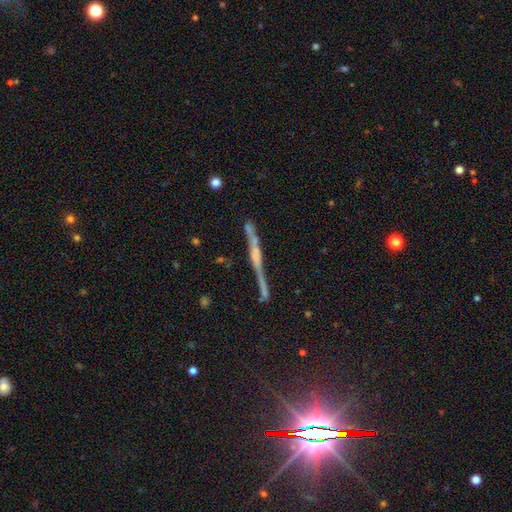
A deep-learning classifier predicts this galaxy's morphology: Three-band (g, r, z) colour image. It shows a featured or disk galaxy (69%) viewed edge-on (95%) with no central bulge (38%). Merging: none (73%).